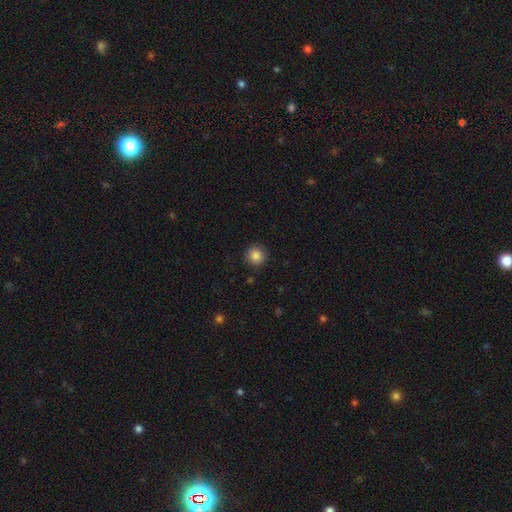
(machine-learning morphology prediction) type=smooth (85%); roundness=round (94%); merging=none (90%).